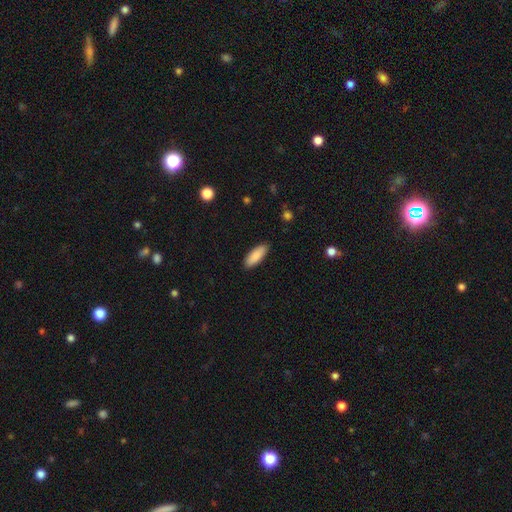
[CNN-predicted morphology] Overall: smooth (88%). How rounded: in between (71%). Merging: none (87%).